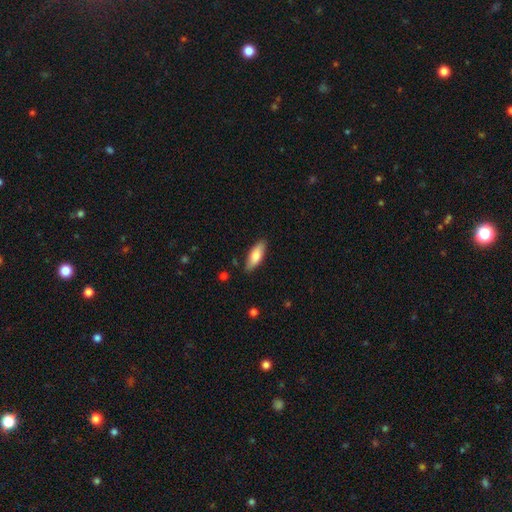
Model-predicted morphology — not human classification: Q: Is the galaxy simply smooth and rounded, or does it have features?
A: smooth — 77%.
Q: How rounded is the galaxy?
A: in between — 71%.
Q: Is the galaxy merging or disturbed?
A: none — 84%.